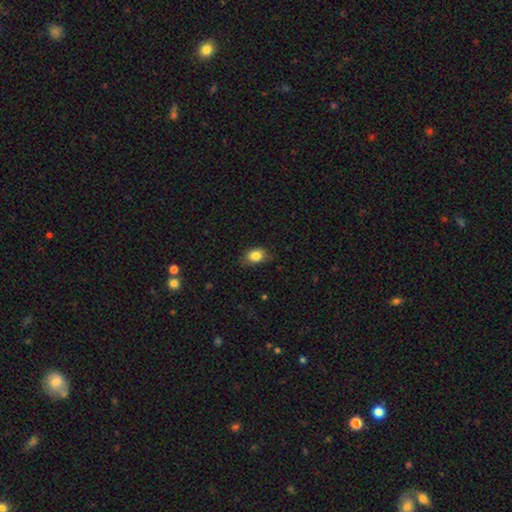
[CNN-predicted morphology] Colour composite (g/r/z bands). It shows a smooth galaxy with no disk features (84%) that is in between round and cigar-shaped (72%). Merging: none (74%).